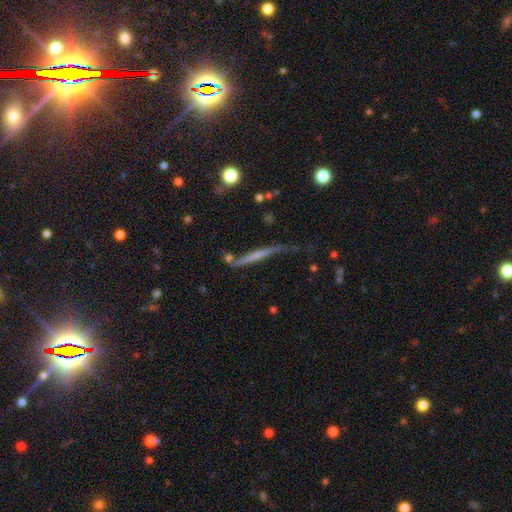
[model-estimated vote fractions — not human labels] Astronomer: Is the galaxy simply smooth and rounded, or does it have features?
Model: featured or disk — 55% (runner-up: smooth, 35%).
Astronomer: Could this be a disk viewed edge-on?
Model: yes — 88%.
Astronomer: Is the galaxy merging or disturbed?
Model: none — 53%.